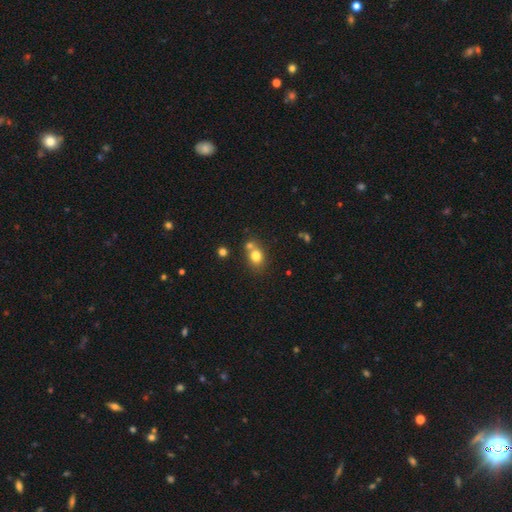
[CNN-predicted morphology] smooth-or-featured: smooth: 78% | star or artifact: 12% | featured or disk: 10%
  how-rounded: round: 59% | in between: 40% | cigar-shaped: 1%
  merging: none: 55% | merger: 31% | minor disturbance: 11% | major disturbance: 4%